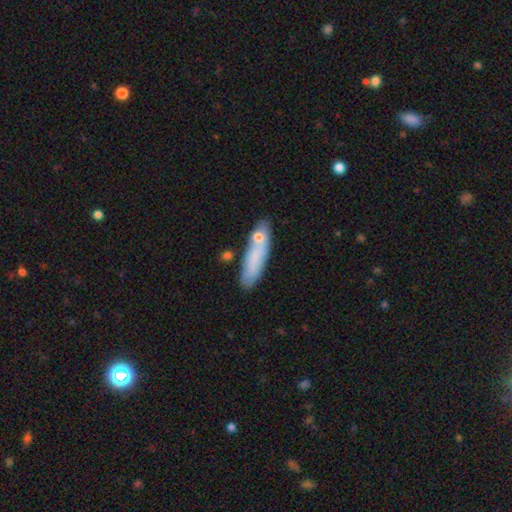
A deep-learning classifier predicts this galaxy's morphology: This appears to be a smooth galaxy with no disk features (73%) that is cigar-shaped (69%). Merging: none (69%).